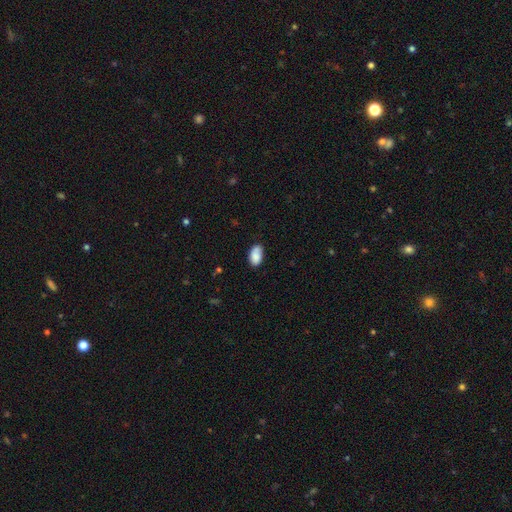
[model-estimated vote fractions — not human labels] The model was most divided on "merging": none: 67%, minor disturbance: 24%, major disturbance: 5%, merger: 4%. More confident: how rounded — in between (93%); smooth or featured — smooth (84%).